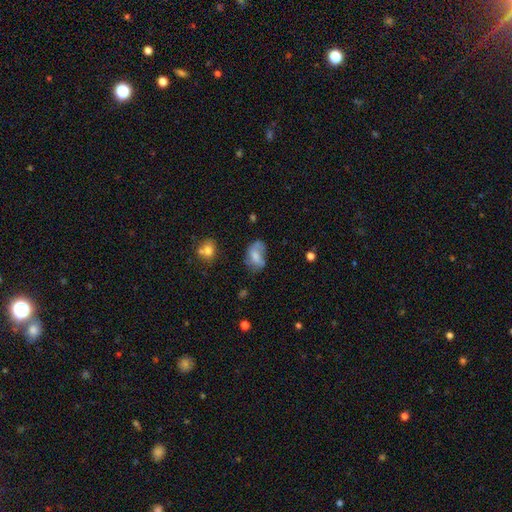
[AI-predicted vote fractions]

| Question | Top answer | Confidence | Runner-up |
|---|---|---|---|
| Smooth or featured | smooth | 58% | featured or disk (32%) |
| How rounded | in between | 84% | round (14%) |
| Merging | none | 42% | minor disturbance (30%) |